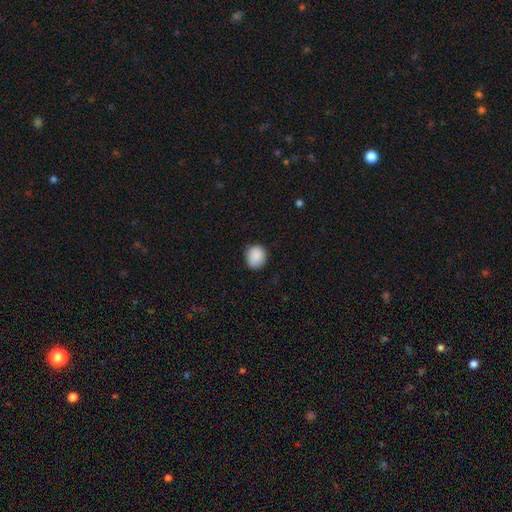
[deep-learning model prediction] Overall: smooth (89%). How rounded: round (75%). Merging: none (82%).